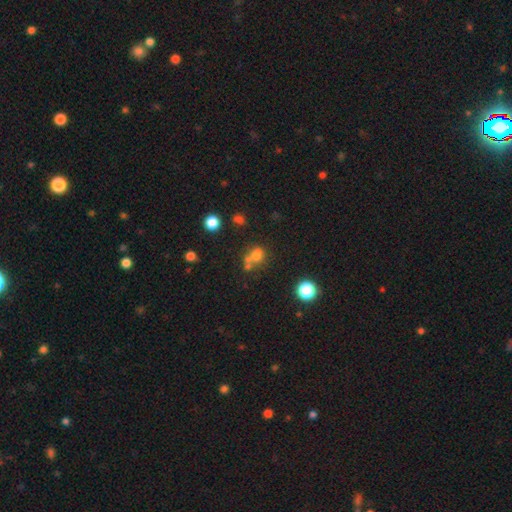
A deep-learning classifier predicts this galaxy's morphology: Smooth or featured? Predicted: smooth (p=0.66). How rounded? Predicted: round (p=0.70). Merging? Predicted: merger (p=0.46).